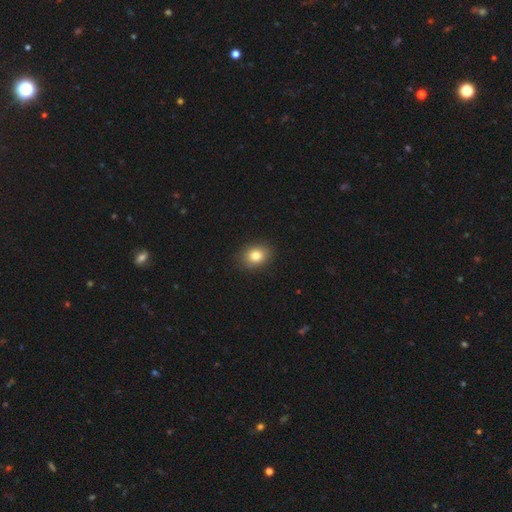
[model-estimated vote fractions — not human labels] smooth 82%, star or artifact 10%, featured or disk 8%. Down the decision tree: how rounded — round (50%); merging — none (89%).